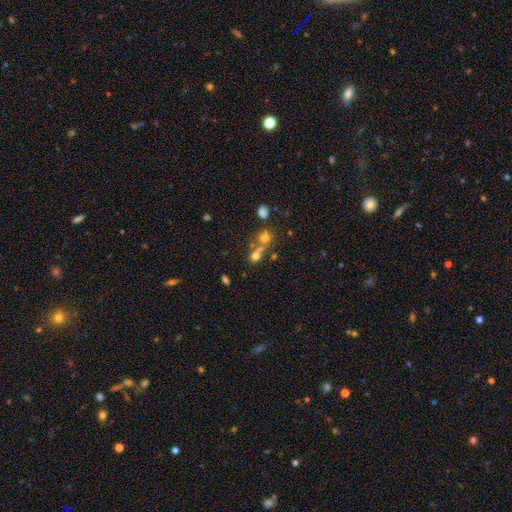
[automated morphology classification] A smooth galaxy with no disk features (54%) that is round (78%). Merging: merger (49%).